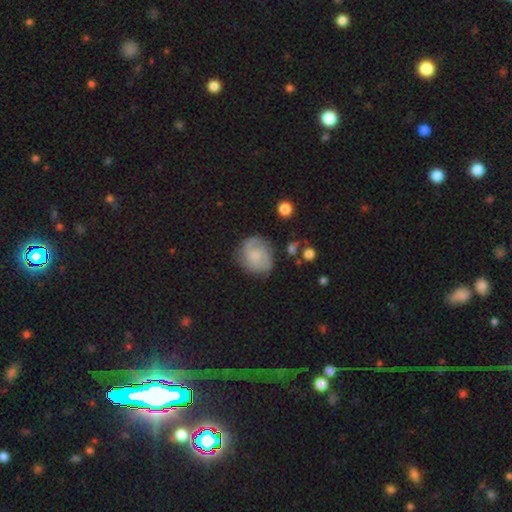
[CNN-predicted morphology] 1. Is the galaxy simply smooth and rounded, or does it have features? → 61% featured or disk, 32% smooth, 7% star or artifact.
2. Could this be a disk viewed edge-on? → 98% no, 2% yes.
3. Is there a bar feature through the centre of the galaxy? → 70% no, 27% weak, 3% strong.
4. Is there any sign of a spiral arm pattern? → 90% yes, 10% no.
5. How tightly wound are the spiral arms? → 41% medium (tied), 41% tight (tied), 18% loose.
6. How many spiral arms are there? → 44% 2, 24% can't tell, 16% 3, 10% 1, 4% 4, 3% more than 4.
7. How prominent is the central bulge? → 48% small, 24% moderate, 23% none, 4% large, 2% dominant.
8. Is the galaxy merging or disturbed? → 68% none, 20% minor disturbance, 9% major disturbance, 2% merger.